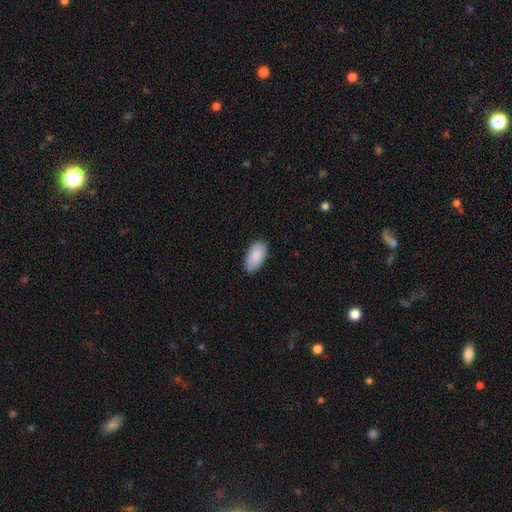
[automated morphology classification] smooth_or_featured: smooth (p=0.90) [alt: star or artifact p=0.06]
how_rounded: in between (p=0.95) [alt: cigar-shaped p=0.03]
merging: none (p=0.87) [alt: minor disturbance p=0.10]